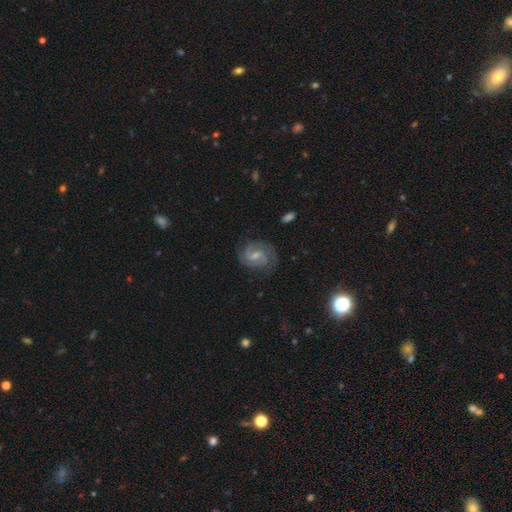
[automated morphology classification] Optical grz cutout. It shows a featured or disk galaxy (83%) with a weak bar (61%), 2 (84%) medium (50%) spiral arms (96%) and a small central bulge (52%). Merging: none (75%).